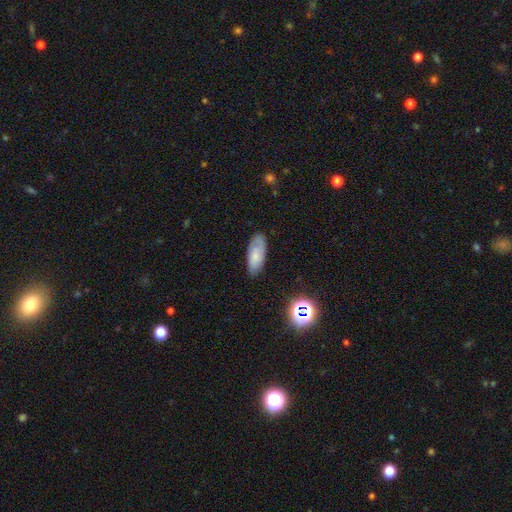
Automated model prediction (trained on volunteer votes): smooth_or_featured: smooth (p=0.72) [alt: featured or disk p=0.19]
how_rounded: in between (p=0.83) [alt: cigar-shaped p=0.15]
merging: none (p=0.77) [alt: minor disturbance p=0.18]